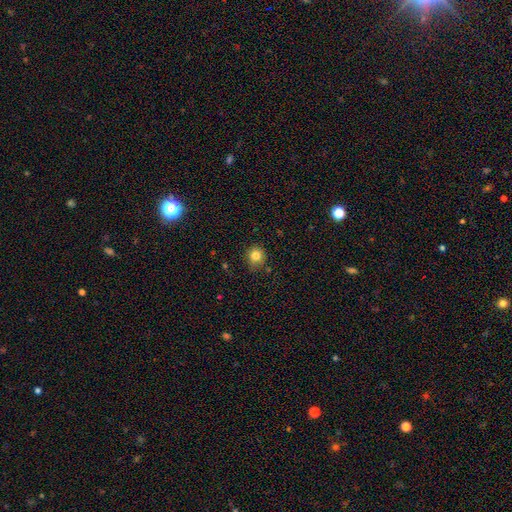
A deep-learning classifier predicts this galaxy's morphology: Smooth or featured? smooth (81%)
How rounded? round (87%)
Merging? none (79%)